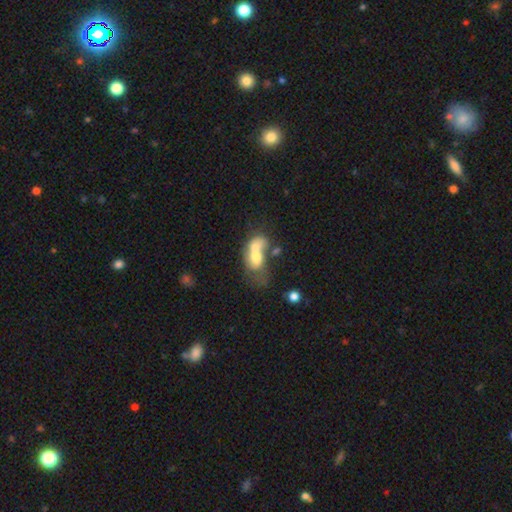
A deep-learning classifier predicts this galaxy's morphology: Overall: smooth (58%; featured or disk 32%). How rounded: in between (72%). Merging: merger (71%).